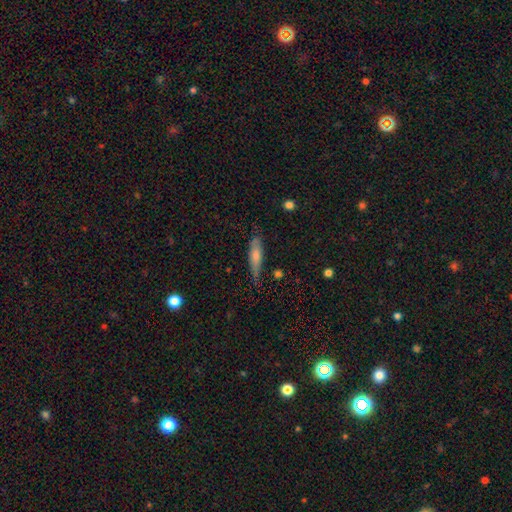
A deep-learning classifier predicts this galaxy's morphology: smooth_or_featured: smooth (p=0.71) [alt: featured or disk p=0.22]
how_rounded: cigar-shaped (p=0.68) [alt: in between p=0.30]
merging: none (p=0.70) [alt: minor disturbance p=0.23]